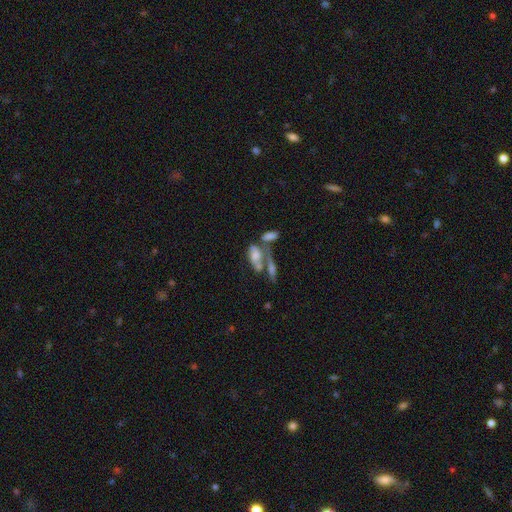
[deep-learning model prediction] A smooth galaxy with no disk features (49%). Merging: merger (52%).